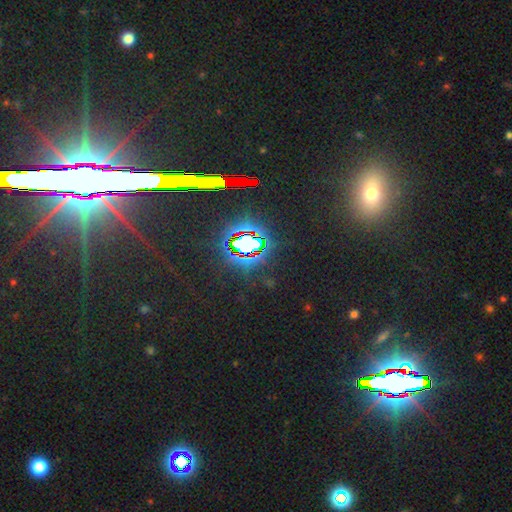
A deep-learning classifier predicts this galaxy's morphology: A star or artifact, not a galaxy (81%).

Vote fractions:
- Smooth or featured? star or artifact: 81% / smooth: 10% / featured or disk: 9%